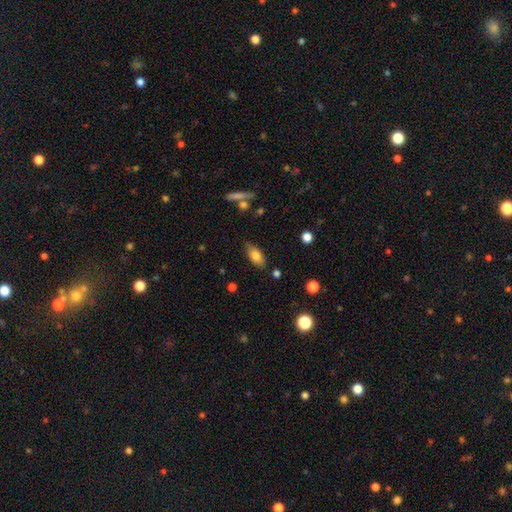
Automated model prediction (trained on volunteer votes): Smooth or featured: smooth — 79% (featured or disk — 13%)
How rounded: in between — 88% (cigar-shaped — 9%)
Merging: none — 82% (minor disturbance — 12%)